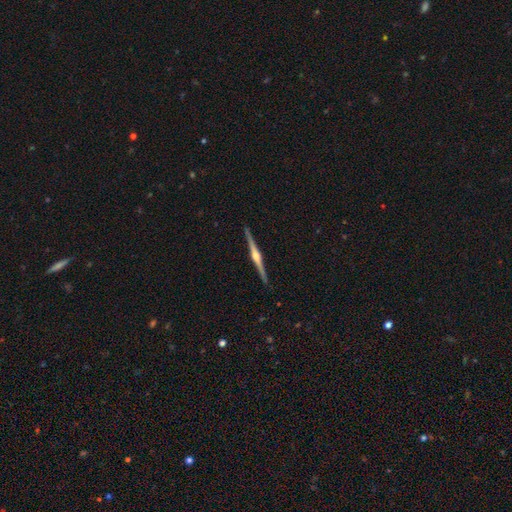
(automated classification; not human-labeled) smooth-or-featured: featured or disk: 85% | smooth: 10% | star or artifact: 5%
  disk-edge-on: yes: 99% | no: 1%
    edge-on-bulge: rounded: 90% | boxy: 7% | none: 4%
  merging: none: 92% | minor disturbance: 6% | major disturbance: 1% | merger: 1%